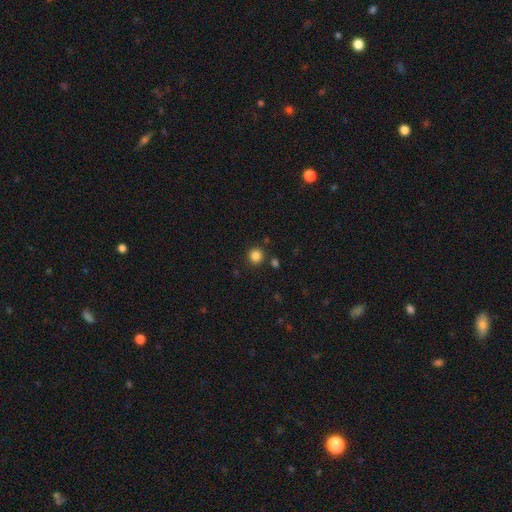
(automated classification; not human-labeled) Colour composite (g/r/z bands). It shows a smooth galaxy with no disk features (85%) that is round (93%). Merging: none (87%).